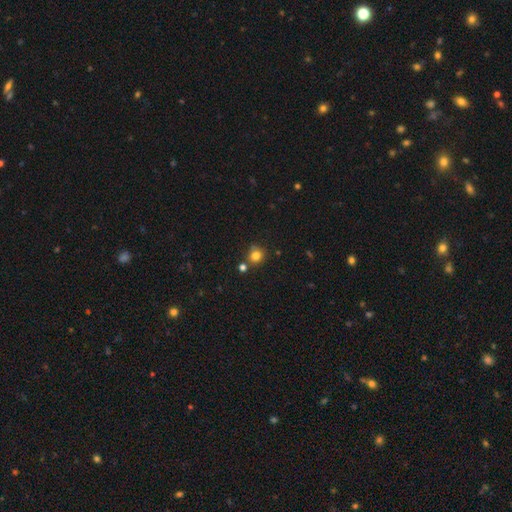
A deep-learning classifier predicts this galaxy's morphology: A smooth galaxy with no disk features (81%) that is round (86%). Merging: none (75%).